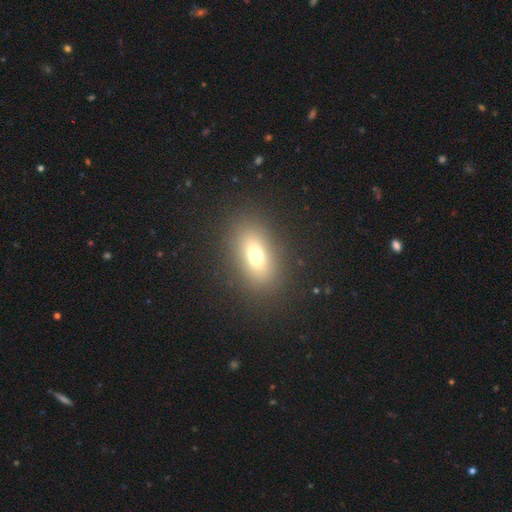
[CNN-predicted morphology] A smooth galaxy with no disk features (71%) that is in between round and cigar-shaped (79%). Merging: none (87%).